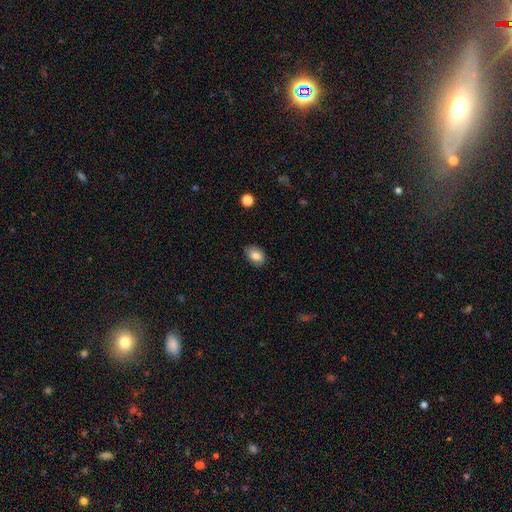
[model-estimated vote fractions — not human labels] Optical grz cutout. It shows a smooth galaxy with no disk features (85%) that is in between round and cigar-shaped (81%). Merging: none (78%).